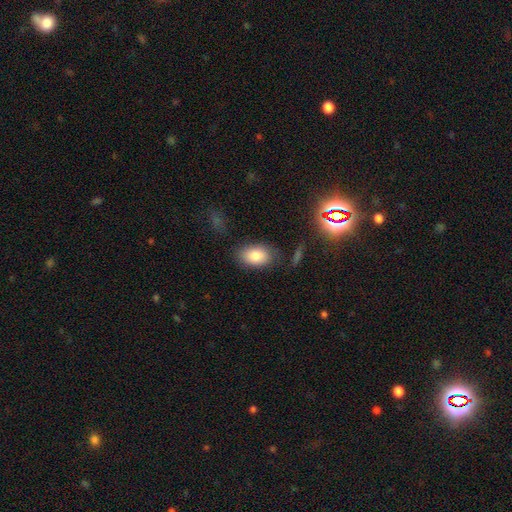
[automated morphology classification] smooth-or-featured: smooth: 83% | featured or disk: 10% | star or artifact: 8%
  how-rounded: in between: 88% | round: 10% | cigar-shaped: 1%
  merging: none: 77% | minor disturbance: 15% | major disturbance: 5% | merger: 3%